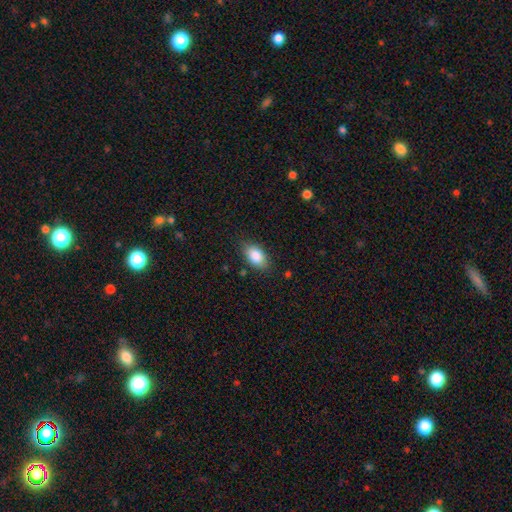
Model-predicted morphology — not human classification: Smooth or featured? smooth (86%)
How rounded? in between (91%)
Merging? none (81%)